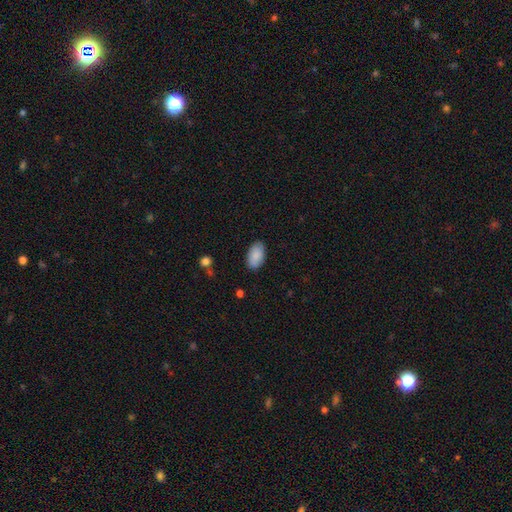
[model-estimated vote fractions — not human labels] Q: Smooth or featured?
A: smooth (88%); runner-up: featured or disk (6%)
Q: How rounded?
A: in between (94%); runner-up: round (4%)
Q: Merging?
A: none (85%); runner-up: minor disturbance (11%)